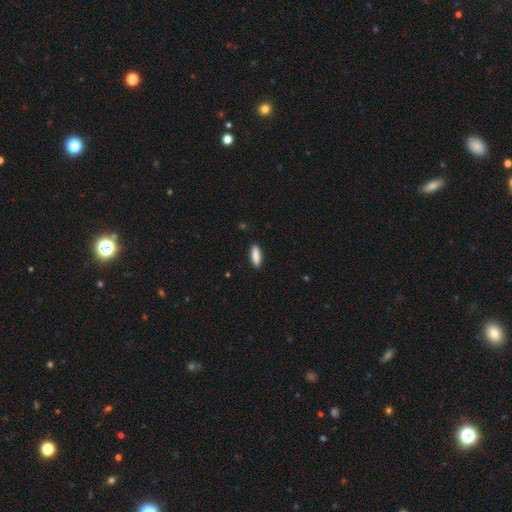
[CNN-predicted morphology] The model was most divided on "how rounded": in between: 54%, cigar-shaped: 44%, round: 2%. More confident: merging — none (89%); smooth or featured — smooth (88%).